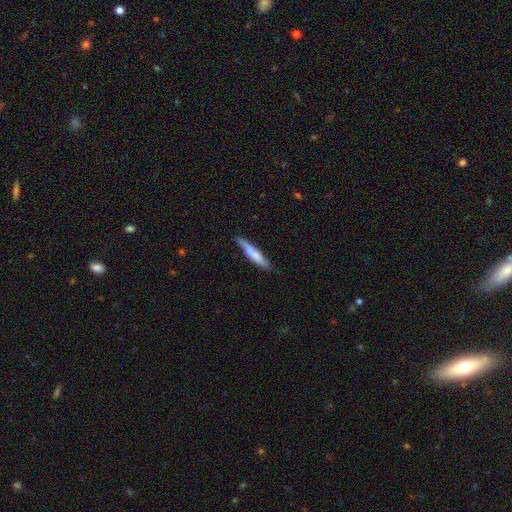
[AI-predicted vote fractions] A smooth galaxy with no disk features (61%) that is cigar-shaped (92%). Merging: none (77%).